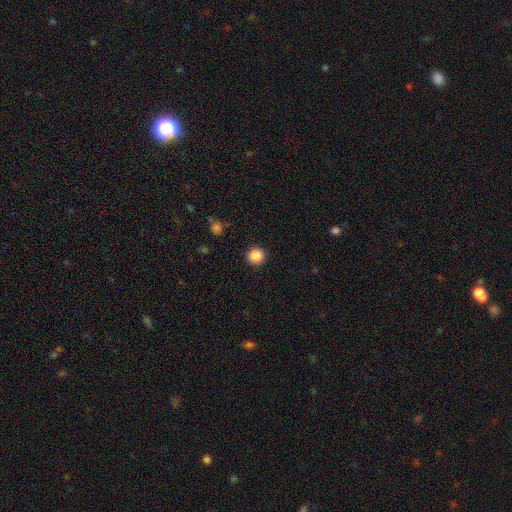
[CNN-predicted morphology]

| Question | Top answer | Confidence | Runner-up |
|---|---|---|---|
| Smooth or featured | smooth | 87% | star or artifact (10%) |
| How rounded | round | 93% | in between (6%) |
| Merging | none | 92% | minor disturbance (5%) |